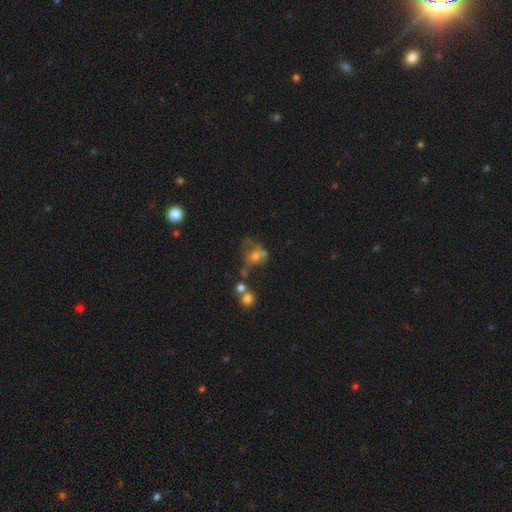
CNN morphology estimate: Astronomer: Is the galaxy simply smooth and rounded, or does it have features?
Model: smooth — 58%.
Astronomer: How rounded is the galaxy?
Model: in between — 49%, tied with round at 49%.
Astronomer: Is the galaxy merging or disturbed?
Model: merger — 28% (runner-up: major disturbance, 27%).